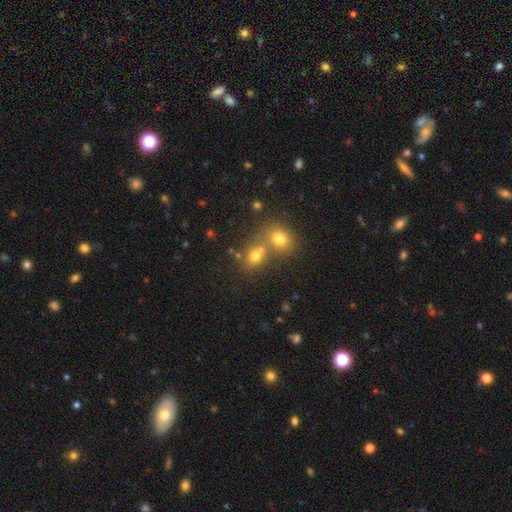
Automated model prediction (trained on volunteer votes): smooth_or_featured: smooth (p=0.72) [alt: star or artifact p=0.15]
how_rounded: round (p=0.61) [alt: in between p=0.38]
merging: merger (p=0.50) [alt: none p=0.38]